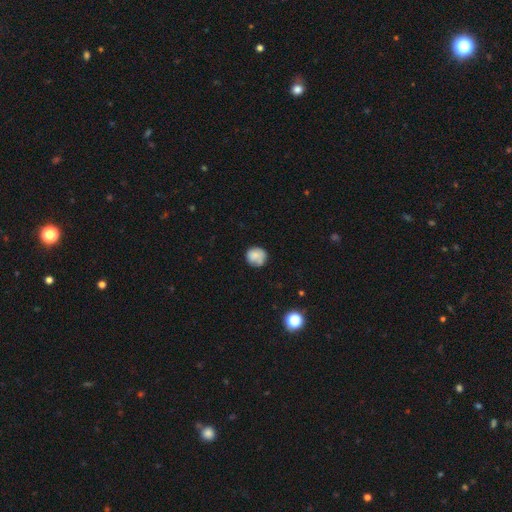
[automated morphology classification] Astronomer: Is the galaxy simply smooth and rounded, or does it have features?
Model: smooth — 78%.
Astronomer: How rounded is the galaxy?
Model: round — 86%.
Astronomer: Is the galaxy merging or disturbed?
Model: none — 68%.